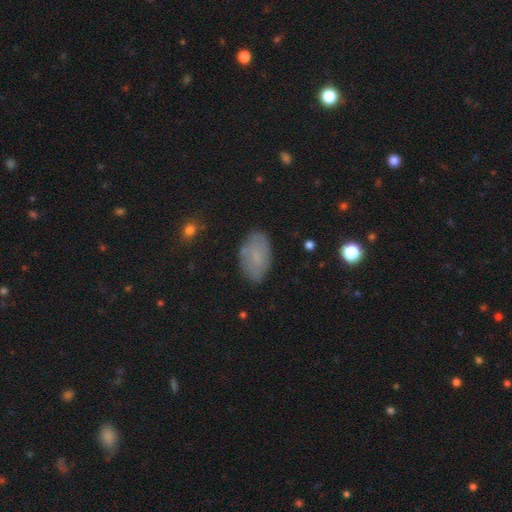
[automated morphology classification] type=smooth (69%); roundness=in between (93%); merging=none (81%).